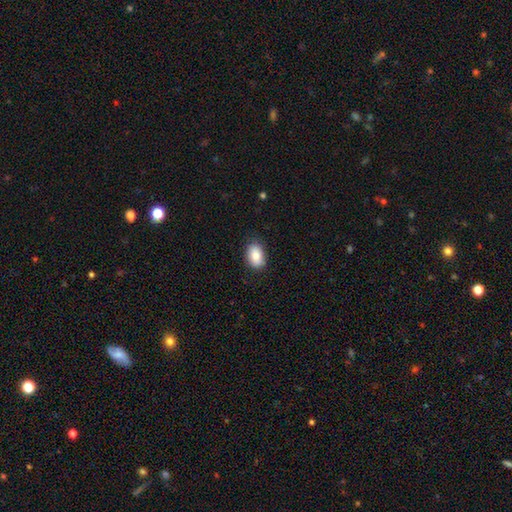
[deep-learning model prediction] Smooth or featured? Predicted: smooth (p=0.85). How rounded? Predicted: in between (p=0.87). Merging? Predicted: none (p=0.81).